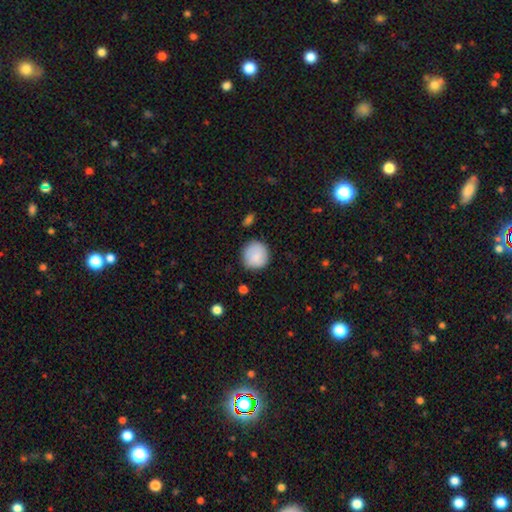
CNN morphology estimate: Q: Smooth or featured?
A: smooth (86%); runner-up: featured or disk (7%)
Q: How rounded?
A: round (93%); runner-up: in between (6%)
Q: Merging?
A: none (85%); runner-up: minor disturbance (11%)